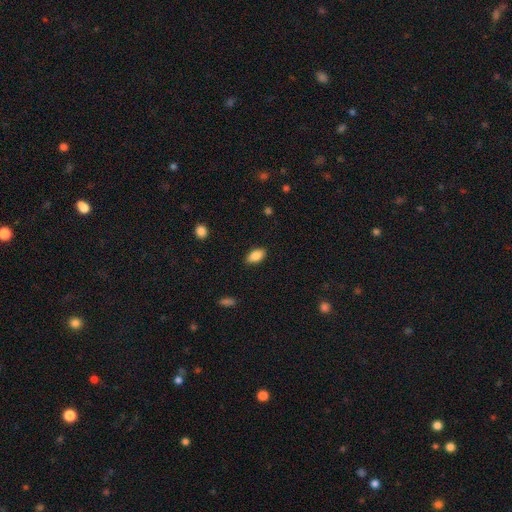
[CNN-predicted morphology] A smooth galaxy with no disk features (87%) that is in between round and cigar-shaped (92%). Merging: none (87%).